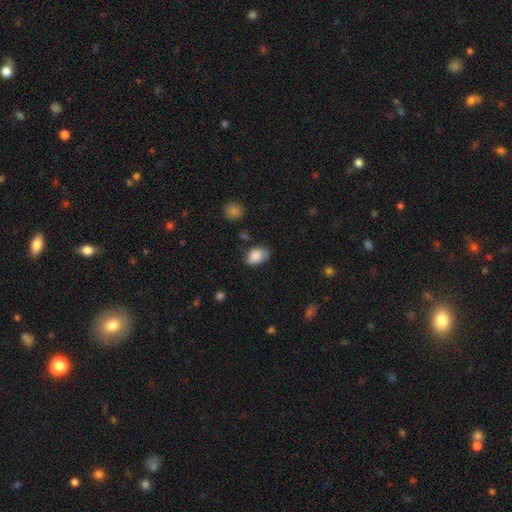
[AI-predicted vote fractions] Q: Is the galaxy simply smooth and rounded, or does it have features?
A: smooth — 84%.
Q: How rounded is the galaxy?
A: in between — 84%.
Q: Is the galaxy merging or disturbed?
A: none — 68%.